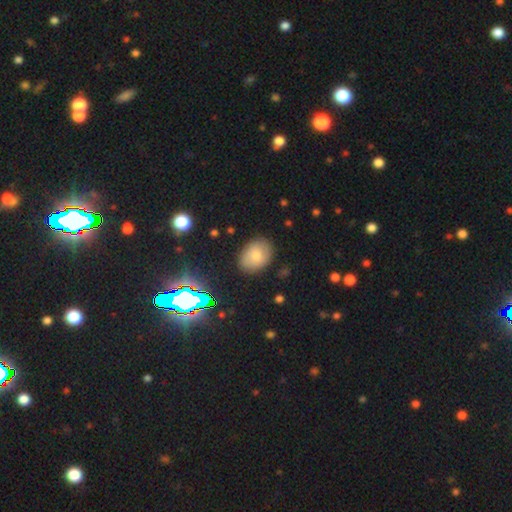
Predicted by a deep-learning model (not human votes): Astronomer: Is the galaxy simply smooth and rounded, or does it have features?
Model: smooth — 73%.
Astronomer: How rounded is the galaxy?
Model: in between — 68%.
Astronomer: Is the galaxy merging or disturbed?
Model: none — 82%.